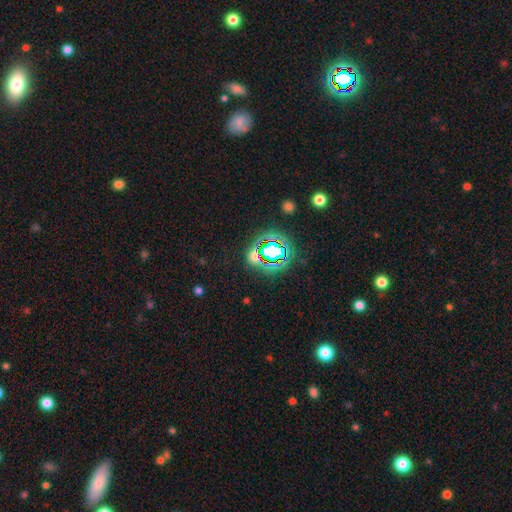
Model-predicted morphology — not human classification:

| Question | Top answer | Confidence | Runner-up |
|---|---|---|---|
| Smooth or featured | star or artifact | 64% | smooth (25%) |